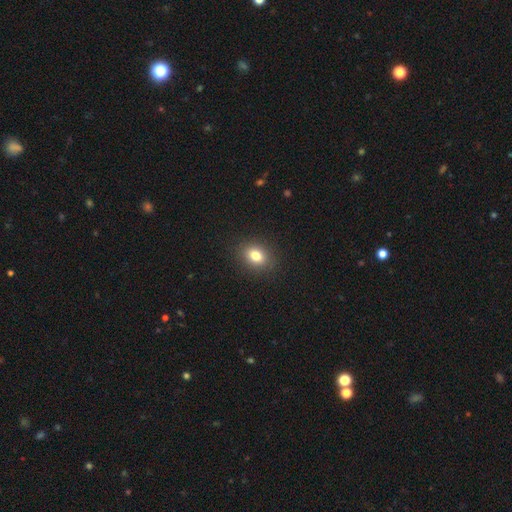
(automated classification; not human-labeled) smooth-or-featured: smooth: 81% | star or artifact: 11% | featured or disk: 8%
  how-rounded: in between: 62% | round: 37% | cigar-shaped: 1%
  merging: none: 89% | minor disturbance: 8% | major disturbance: 2% | merger: 1%